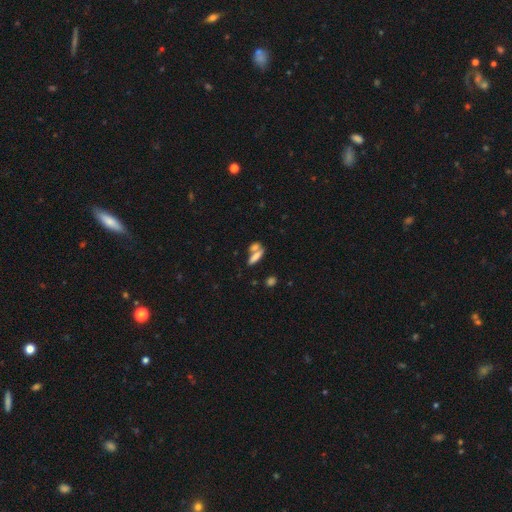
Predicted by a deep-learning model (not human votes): smooth_or_featured: smooth (p=0.72) [alt: featured or disk p=0.18]
how_rounded: in between (p=0.54) [alt: cigar-shaped p=0.40]
merging: merger (p=0.48) [alt: none p=0.39]